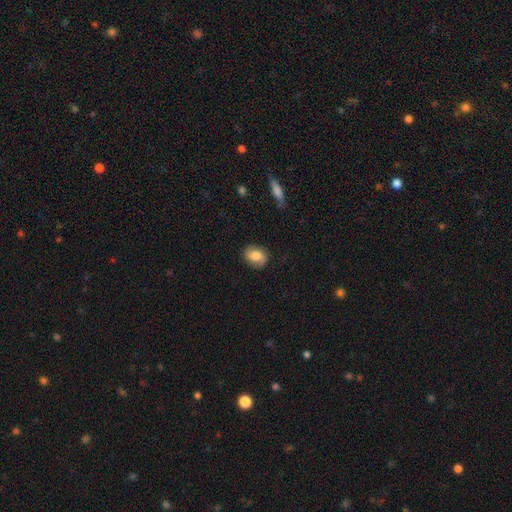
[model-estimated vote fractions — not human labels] Q: Smooth or featured?
A: smooth (61%); runner-up: featured or disk (30%)
Q: How rounded?
A: in between (62%); runner-up: round (37%)
Q: Merging?
A: none (79%); runner-up: minor disturbance (16%)